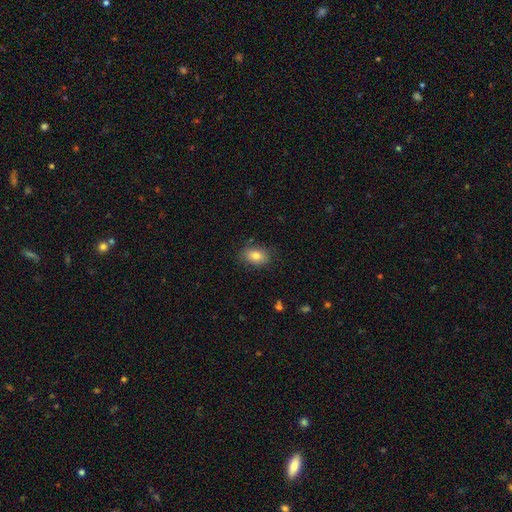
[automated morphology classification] Q: Smooth or featured?
A: smooth (82%); runner-up: featured or disk (9%)
Q: How rounded?
A: in between (84%); runner-up: round (15%)
Q: Merging?
A: none (82%); runner-up: minor disturbance (13%)